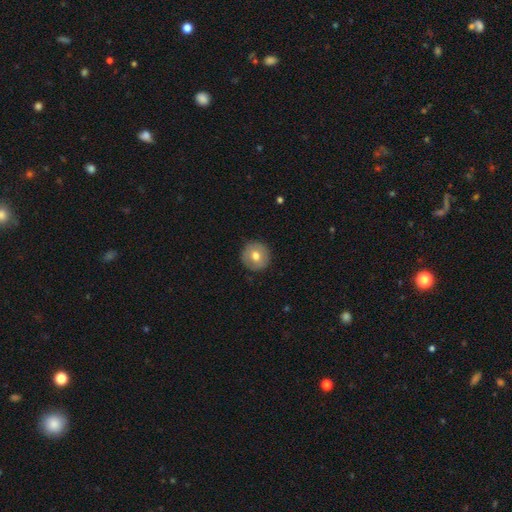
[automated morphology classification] Smooth or featured? Predicted: smooth (p=0.67). How rounded? Predicted: round (p=0.94). Merging? Predicted: none (p=0.89).